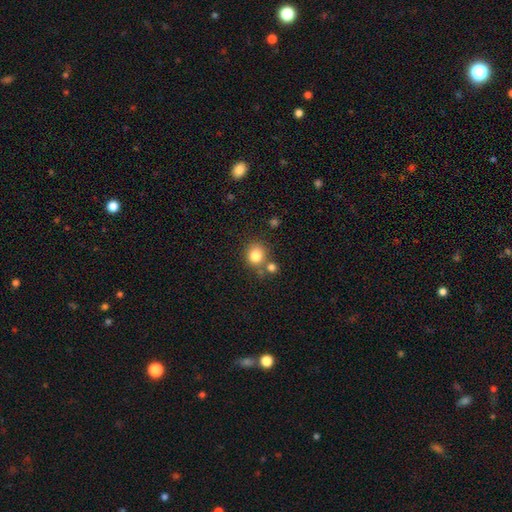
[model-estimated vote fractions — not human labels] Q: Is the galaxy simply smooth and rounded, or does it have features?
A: smooth — 82%.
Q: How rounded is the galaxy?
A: round — 84%.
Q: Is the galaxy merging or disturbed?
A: none — 69%.